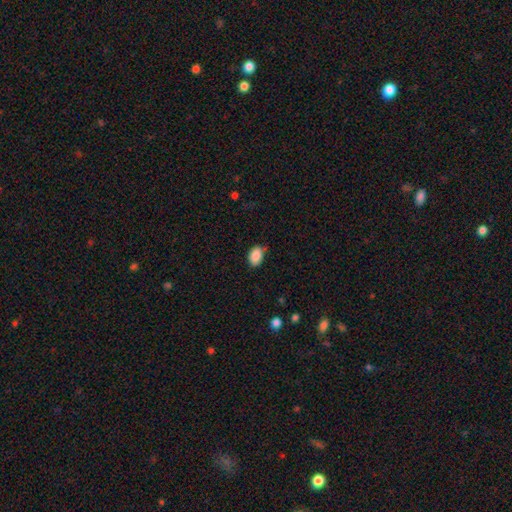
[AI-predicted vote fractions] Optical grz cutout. It shows a smooth galaxy with no disk features (89%) that is in between round and cigar-shaped (86%). Merging: none (75%).